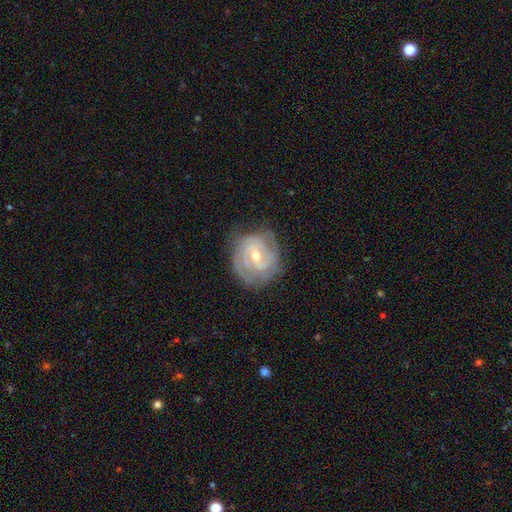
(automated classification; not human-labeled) This appears to be a featured or disk galaxy (82%) with a weak bar (47%), tight (72%) spiral arms (93%) and a moderate central bulge (52%). Merging: none (75%).